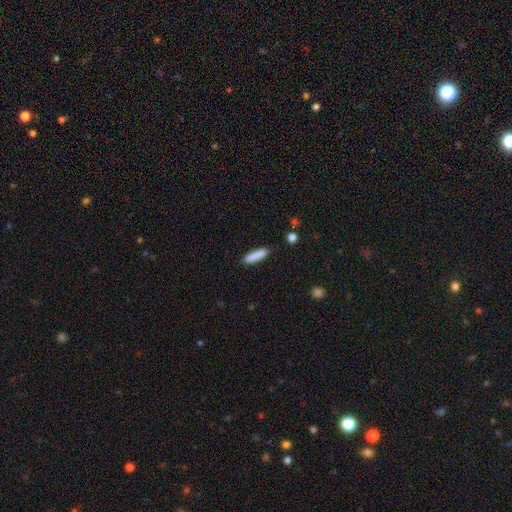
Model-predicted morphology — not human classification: smooth 87%, star or artifact 7%, featured or disk 7%. Down the decision tree: how rounded — cigar-shaped (74%); merging — none (86%).